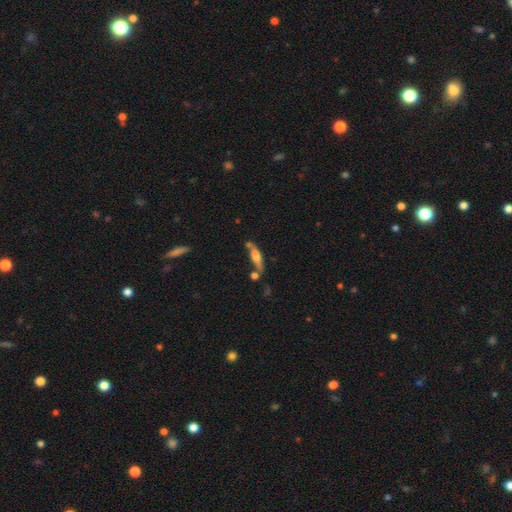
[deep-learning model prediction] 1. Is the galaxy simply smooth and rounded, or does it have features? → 46% smooth, 45% featured or disk, 9% star or artifact.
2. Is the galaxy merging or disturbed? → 51% none, 21% minor disturbance, 19% merger, 9% major disturbance.